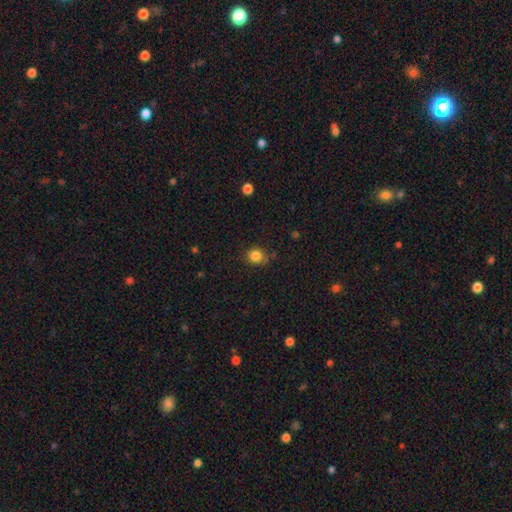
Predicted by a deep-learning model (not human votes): A smooth galaxy with no disk features (84%) that is round (78%).

Vote fractions:
- Smooth or featured? smooth: 84% / star or artifact: 11% / featured or disk: 5%
- How rounded? round: 78% / in between: 21% / cigar-shaped: 1%
- Merging? none: 74% / minor disturbance: 19% / major disturbance: 4% / merger: 3%